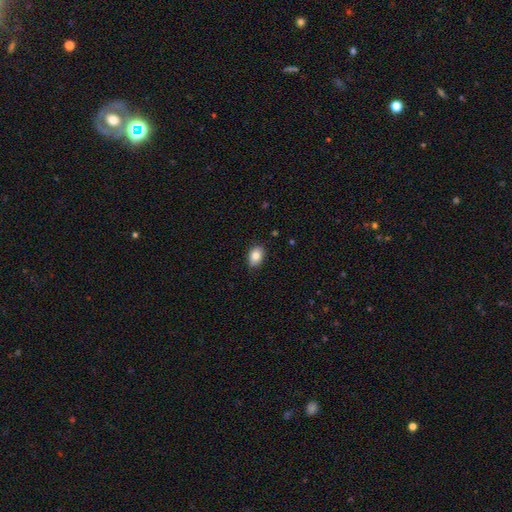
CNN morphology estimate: This appears to be a smooth galaxy with no disk features (84%) that is in between round and cigar-shaped (83%). Merging: none (86%).